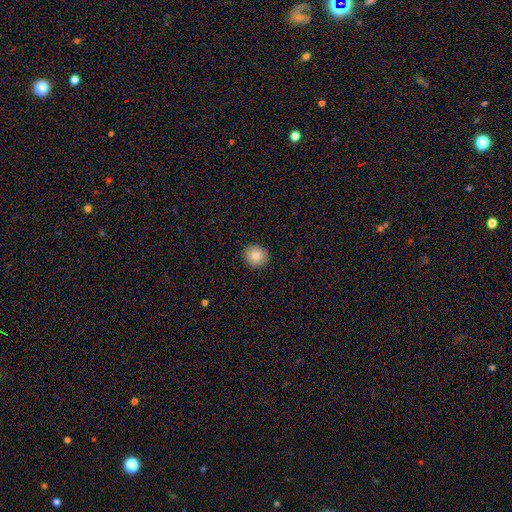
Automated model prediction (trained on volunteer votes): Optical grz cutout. It shows a smooth galaxy with no disk features (83%) that is round (90%). Merging: none (91%).